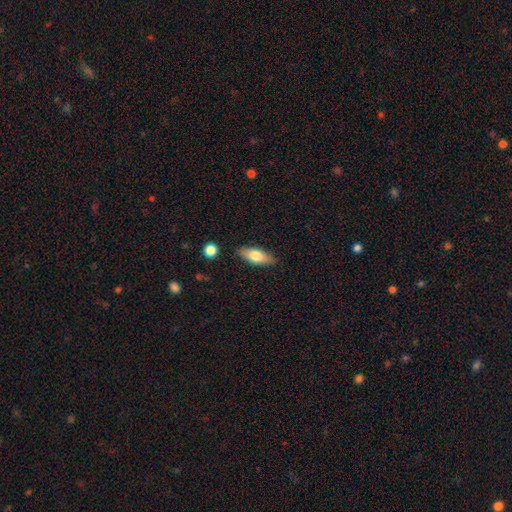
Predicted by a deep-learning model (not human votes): A smooth galaxy with no disk features (68%) that is in between round and cigar-shaped (74%).

Vote fractions:
- Smooth or featured? smooth: 68% / featured or disk: 25% / star or artifact: 7%
- How rounded? in between: 74% / cigar-shaped: 22% / round: 3%
- Merging? none: 84% / minor disturbance: 11% / major disturbance: 2% / merger: 2%